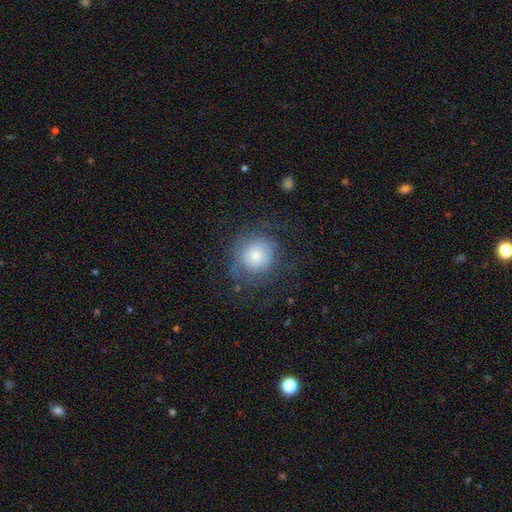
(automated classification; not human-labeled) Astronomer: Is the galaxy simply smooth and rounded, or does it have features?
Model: smooth — 63%.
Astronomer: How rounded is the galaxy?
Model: round — 89%.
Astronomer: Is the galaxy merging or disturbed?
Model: none — 61%.